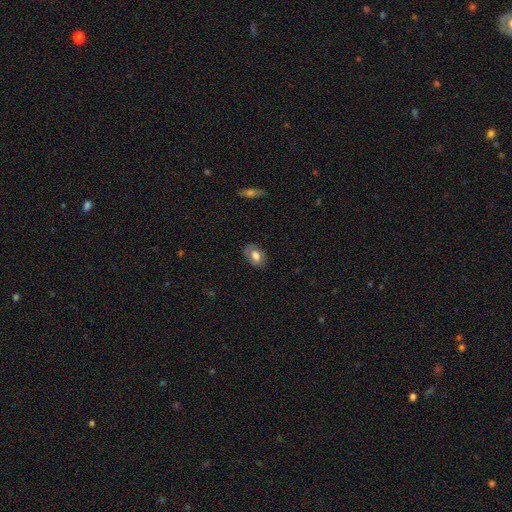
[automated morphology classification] Smooth or featured?
  - smooth: 65% *
  - featured or disk: 28%
  - star or artifact: 7%
How rounded?
  - in between: 82% *
  - round: 17%
  - cigar-shaped: 1%
Merging?
  - none: 77% *
  - minor disturbance: 17%
  - major disturbance: 5%
  - merger: 1%